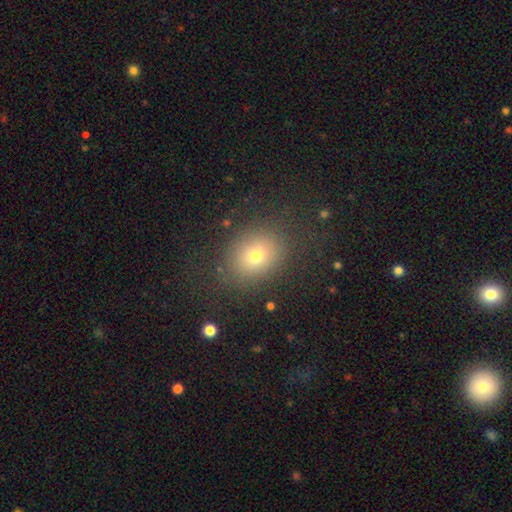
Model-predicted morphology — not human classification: The model was most divided on "how rounded": round: 54%, in between: 45%, cigar-shaped: 1%. More confident: merging — none (80%); smooth or featured — smooth (71%).